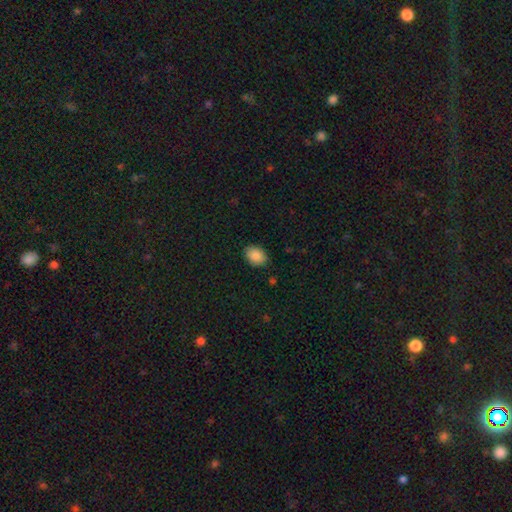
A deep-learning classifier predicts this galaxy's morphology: Overall: smooth (88%). How rounded: in between (73%). Merging: none (86%).